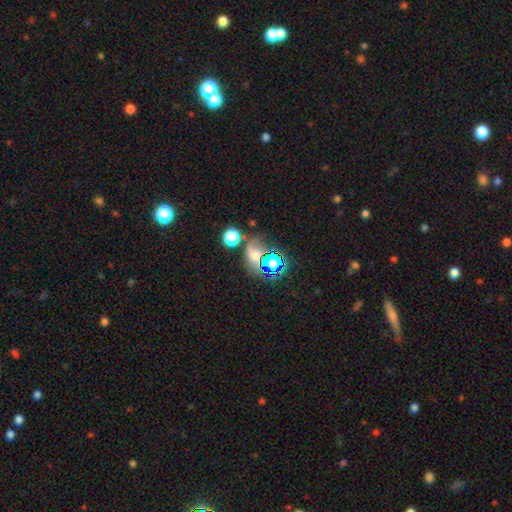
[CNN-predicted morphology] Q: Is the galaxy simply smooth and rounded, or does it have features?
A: star or artifact — 52%.